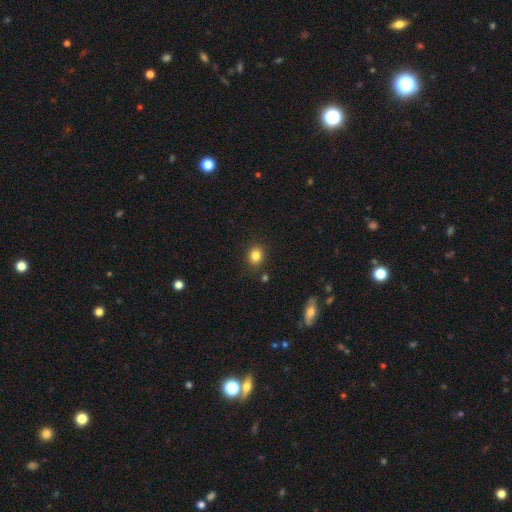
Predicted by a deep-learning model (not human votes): Smooth or featured? smooth (83%)
How rounded? round (68%)
Merging? none (87%)